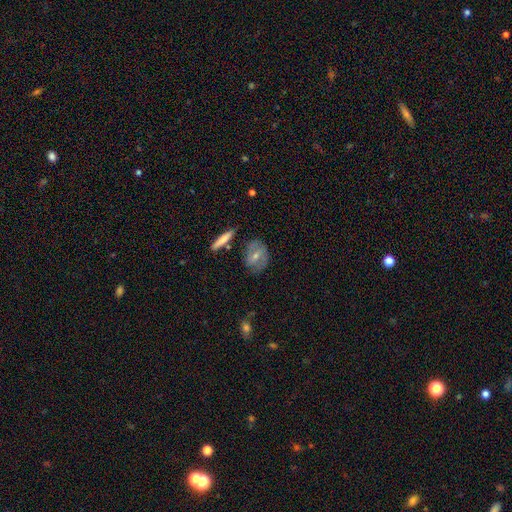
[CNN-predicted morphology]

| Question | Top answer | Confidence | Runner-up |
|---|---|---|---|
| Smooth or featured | featured or disk | 48% | smooth (45%) |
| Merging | none | 69% | minor disturbance (20%) |